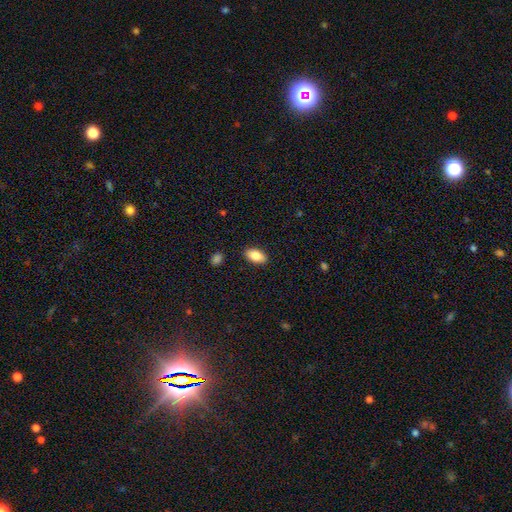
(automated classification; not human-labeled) This appears to be a smooth galaxy with no disk features (85%) that is in between round and cigar-shaped (93%). Merging: none (89%).